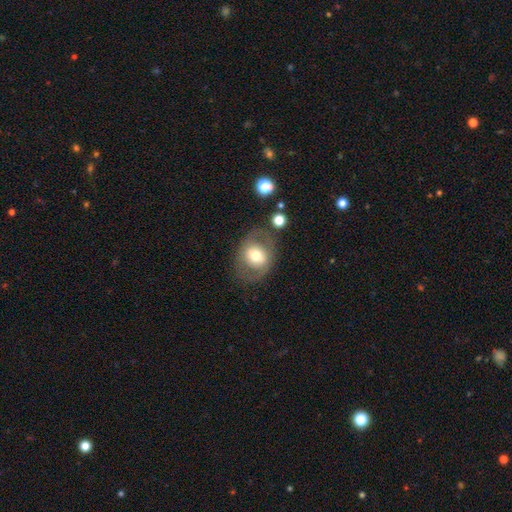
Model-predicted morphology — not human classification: Smooth or featured? smooth (55%)
How rounded? round (50%)
Merging? none (71%)